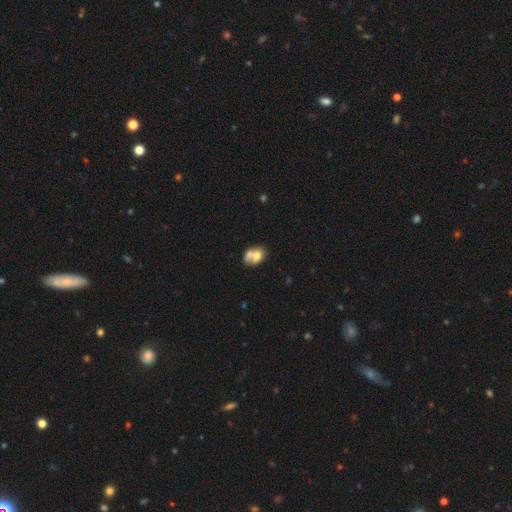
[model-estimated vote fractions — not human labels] A smooth galaxy with no disk features (64%) that is in between round and cigar-shaped (64%). Merging: merger (59%).